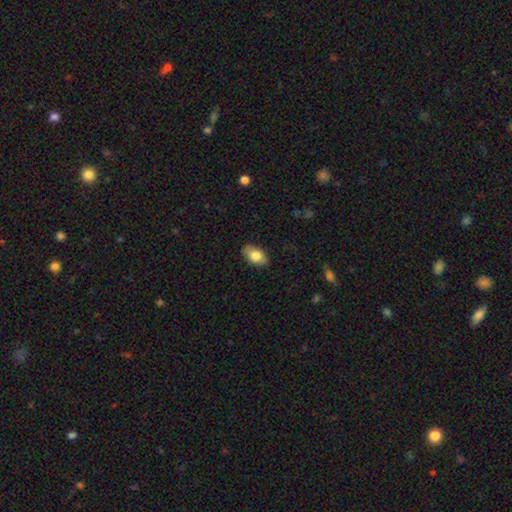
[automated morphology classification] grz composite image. It shows a smooth galaxy with no disk features (79%) that is in between round and cigar-shaped (91%). Merging: none (84%).